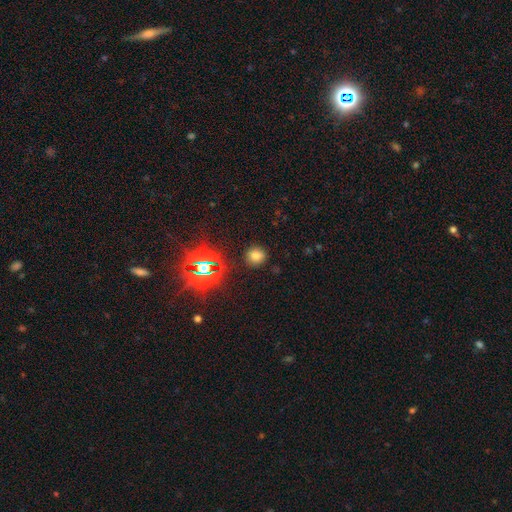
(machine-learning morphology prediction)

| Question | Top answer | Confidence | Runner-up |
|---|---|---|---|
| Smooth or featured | smooth | 70% | star or artifact (23%) |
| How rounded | round | 82% | in between (16%) |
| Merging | none | 87% | minor disturbance (8%) |